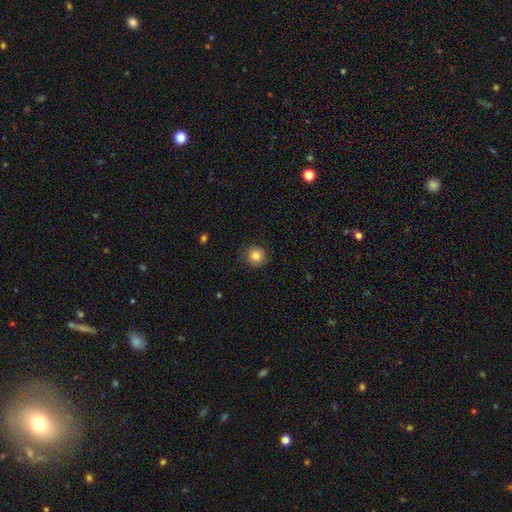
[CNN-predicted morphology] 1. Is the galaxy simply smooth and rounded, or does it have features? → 82% smooth, 10% star or artifact, 8% featured or disk.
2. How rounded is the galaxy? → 92% round, 7% in between, 1% cigar-shaped.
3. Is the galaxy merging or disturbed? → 84% none, 12% minor disturbance, 3% major disturbance, 1% merger.